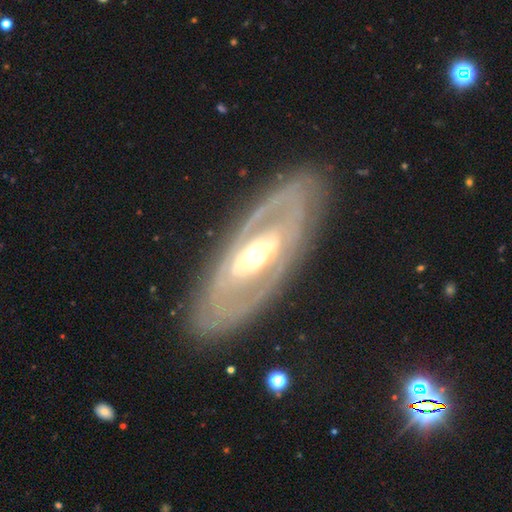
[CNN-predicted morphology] type=featured or disk (81%); edge-on=no (86%); bar=no (48%); spiral arms=yes (53%); bulge=moderate (68%); merging=none (83%).